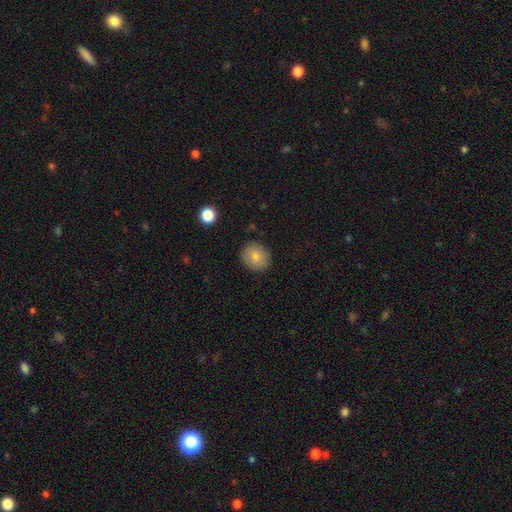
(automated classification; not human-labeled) smooth_or_featured: smooth (p=0.77) [alt: featured or disk p=0.14]
how_rounded: round (p=0.80) [alt: in between p=0.19]
merging: none (p=0.87) [alt: minor disturbance p=0.09]